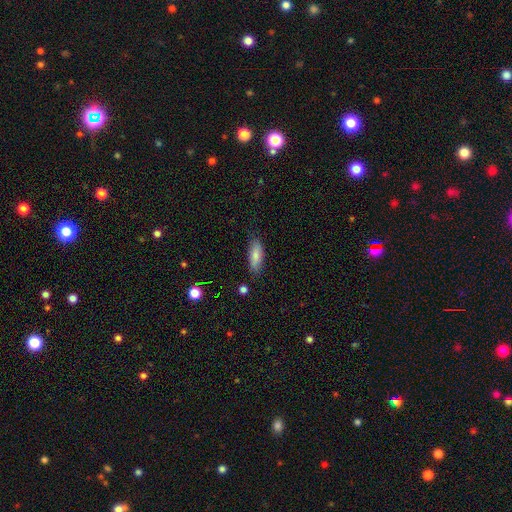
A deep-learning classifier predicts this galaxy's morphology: This appears to be a smooth galaxy with no disk features (79%) that is in between round and cigar-shaped (70%). Merging: none (81%).